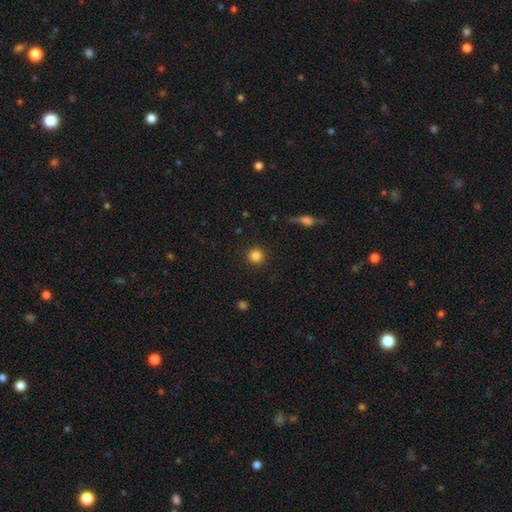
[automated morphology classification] The model was most divided on "smooth or featured": smooth: 84%, star or artifact: 11%, featured or disk: 5%. More confident: how rounded — round (95%); merging — none (91%).